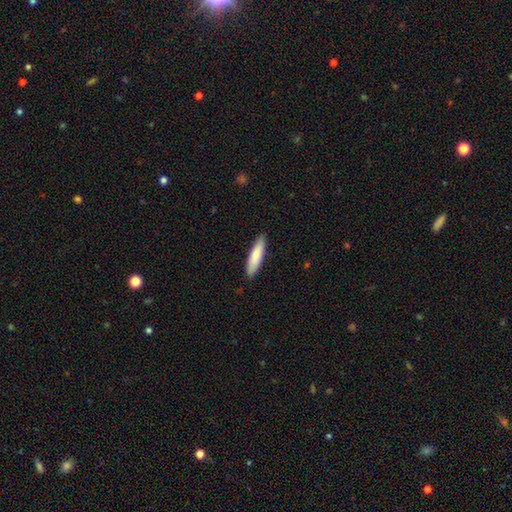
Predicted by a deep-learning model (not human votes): A smooth galaxy with no disk features (82%) that is cigar-shaped (76%). Merging: none (88%).